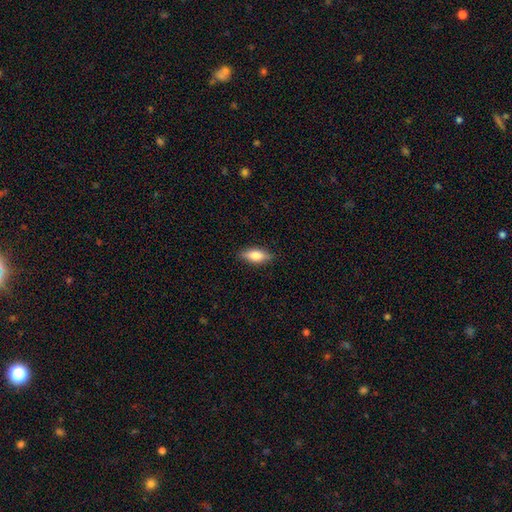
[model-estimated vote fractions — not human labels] Q: Smooth or featured?
A: smooth (72%); runner-up: featured or disk (22%)
Q: How rounded?
A: in between (71%); runner-up: cigar-shaped (26%)
Q: Merging?
A: none (87%); runner-up: minor disturbance (10%)